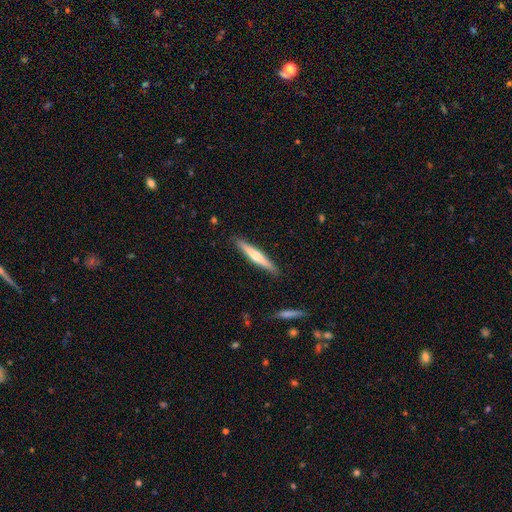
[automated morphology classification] Overall: featured or disk (49%; smooth 45%). Merging: none (90%).